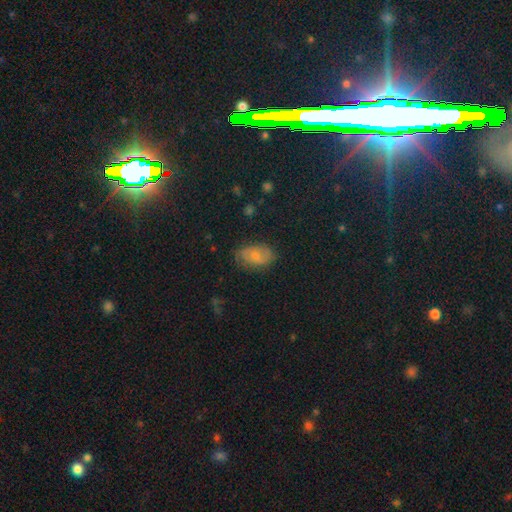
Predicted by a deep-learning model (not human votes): Smooth or featured? smooth (62%)
How rounded? in between (91%)
Merging? none (74%)